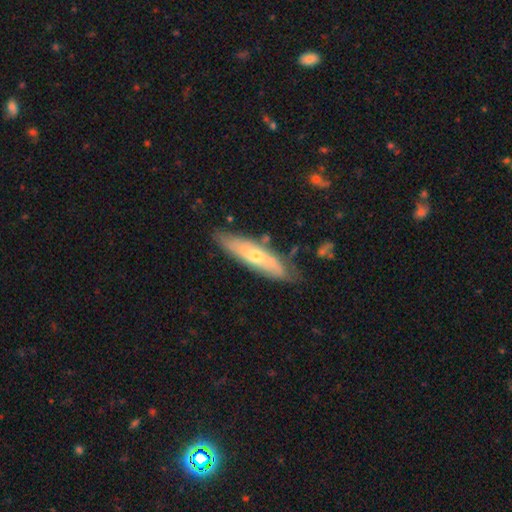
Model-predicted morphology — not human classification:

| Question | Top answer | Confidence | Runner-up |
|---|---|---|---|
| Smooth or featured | featured or disk | 51% | smooth (43%) |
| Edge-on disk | no | 56% | yes (44%) |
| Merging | none | 75% | minor disturbance (18%) |